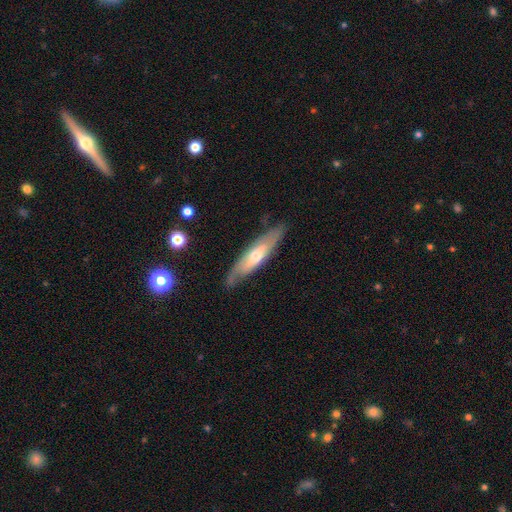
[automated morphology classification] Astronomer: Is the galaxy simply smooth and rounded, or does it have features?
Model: featured or disk — 59% (runner-up: smooth, 35%).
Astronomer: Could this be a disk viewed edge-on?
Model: yes — 62% (runner-up: no, 38%).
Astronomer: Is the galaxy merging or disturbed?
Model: none — 80%.